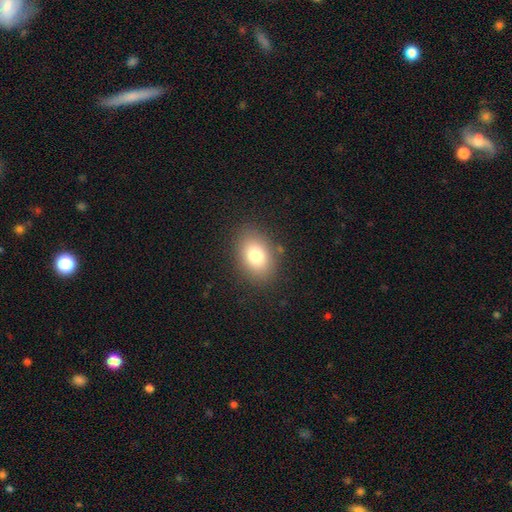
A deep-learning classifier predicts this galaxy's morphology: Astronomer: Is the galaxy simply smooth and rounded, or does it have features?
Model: smooth — 79%.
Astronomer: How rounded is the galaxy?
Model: in between — 78%.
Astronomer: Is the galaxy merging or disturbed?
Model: none — 84%.